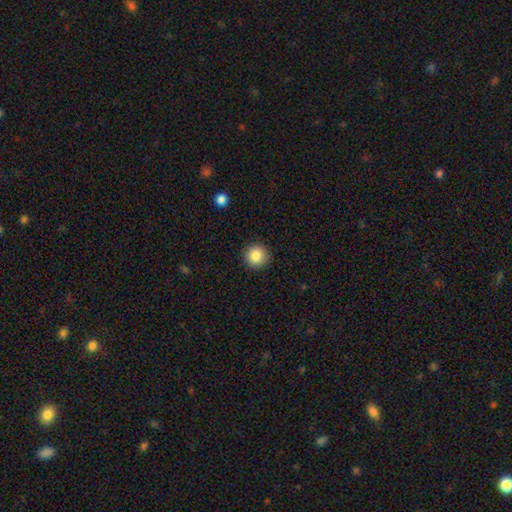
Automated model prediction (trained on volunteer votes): The model was most divided on "smooth or featured": smooth: 86%, star or artifact: 9%, featured or disk: 5%. More confident: how rounded — round (95%); merging — none (92%).